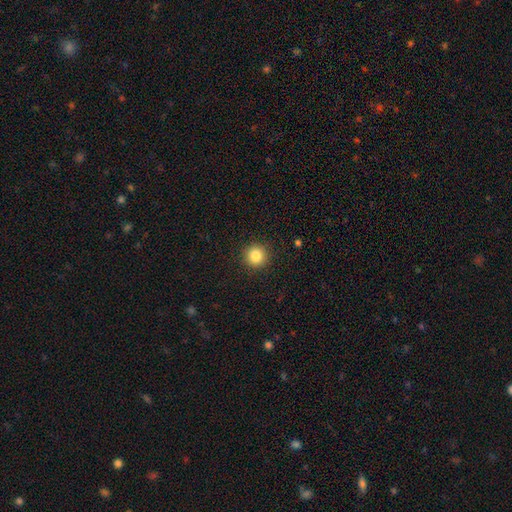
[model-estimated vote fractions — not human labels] A smooth galaxy with no disk features (84%) that is round (94%). Merging: none (92%).